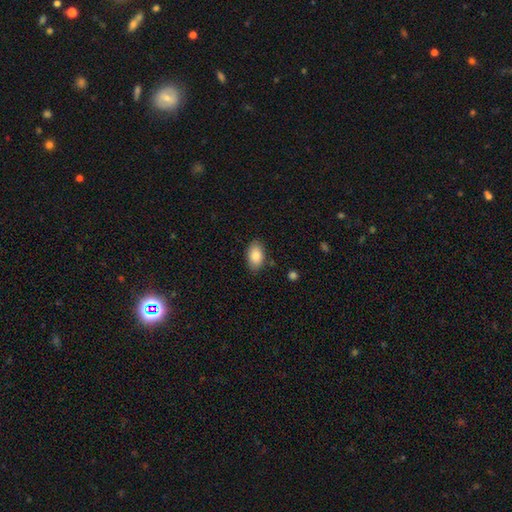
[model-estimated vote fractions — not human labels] Smooth or featured? Predicted: smooth (p=0.87). How rounded? Predicted: in between (p=0.92). Merging? Predicted: none (p=0.84).